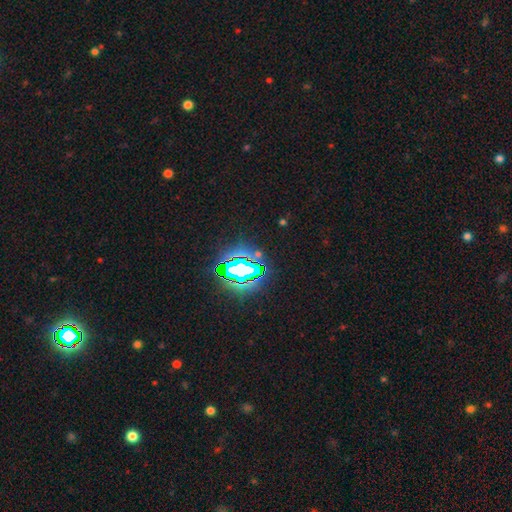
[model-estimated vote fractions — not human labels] A star or artifact, not a galaxy (77%).

Vote fractions:
- Smooth or featured? star or artifact: 77% / smooth: 13% / featured or disk: 10%